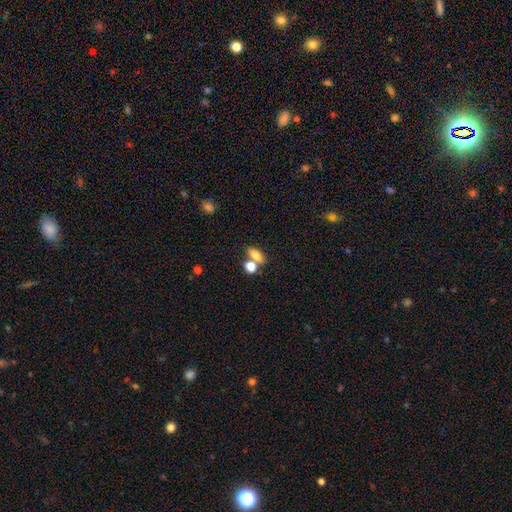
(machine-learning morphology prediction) Smooth or featured? Predicted: smooth (p=0.77). How rounded? Predicted: in between (p=0.75). Merging? Predicted: none (p=0.52).